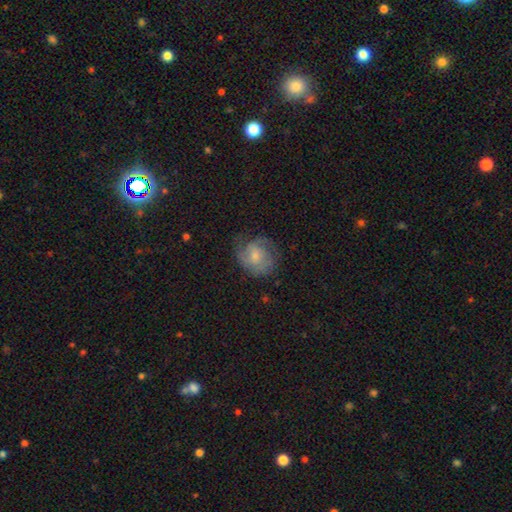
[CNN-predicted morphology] Overall: featured or disk (51%; smooth 41%). Edge-on disk: no (98%). Merging: none (60%; minor disturbance 25%).